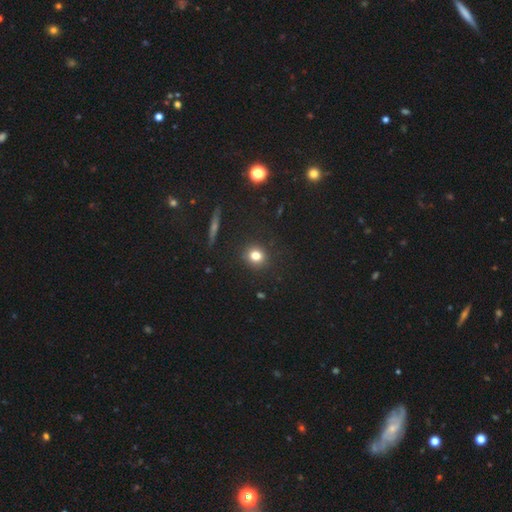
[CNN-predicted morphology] Smooth or featured: smooth — 79% (star or artifact — 13%)
How rounded: round — 85% (in between — 13%)
Merging: none — 89% (minor disturbance — 7%)